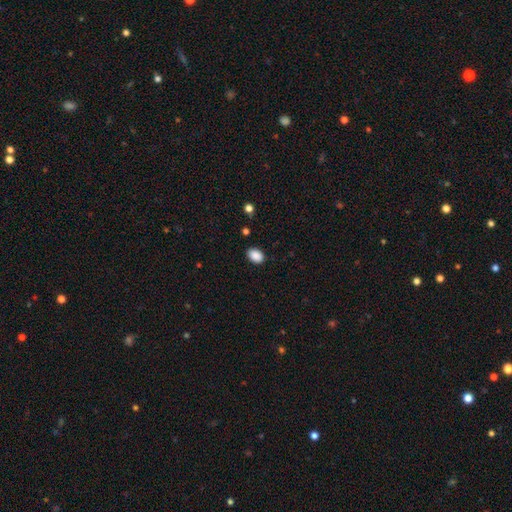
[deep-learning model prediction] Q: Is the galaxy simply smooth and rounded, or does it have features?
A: smooth — 89%.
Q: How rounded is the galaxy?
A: in between — 81%.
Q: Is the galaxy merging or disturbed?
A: none — 87%.